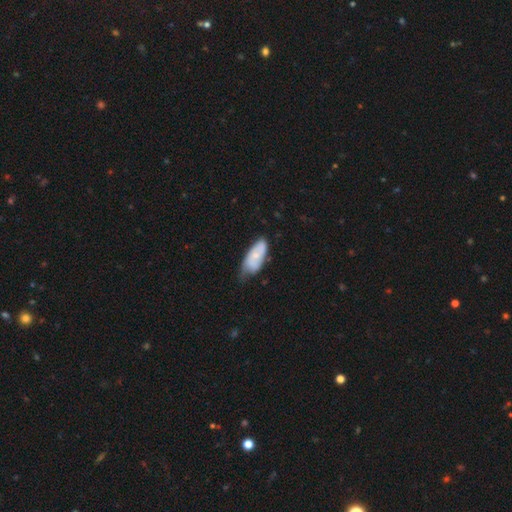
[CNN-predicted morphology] Smooth or featured? Predicted: smooth (p=0.61). How rounded? Predicted: in between (p=0.85). Merging? Predicted: none (p=0.43, tied with minor disturbance).